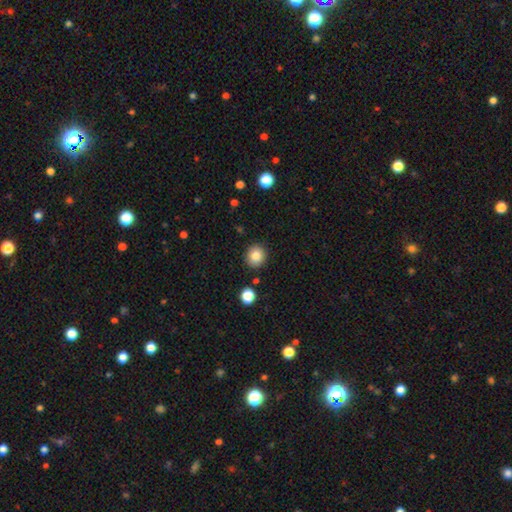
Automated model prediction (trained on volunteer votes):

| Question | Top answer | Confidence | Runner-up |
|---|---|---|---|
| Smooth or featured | smooth | 84% | star or artifact (10%) |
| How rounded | round | 87% | in between (12%) |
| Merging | none | 88% | minor disturbance (8%) |